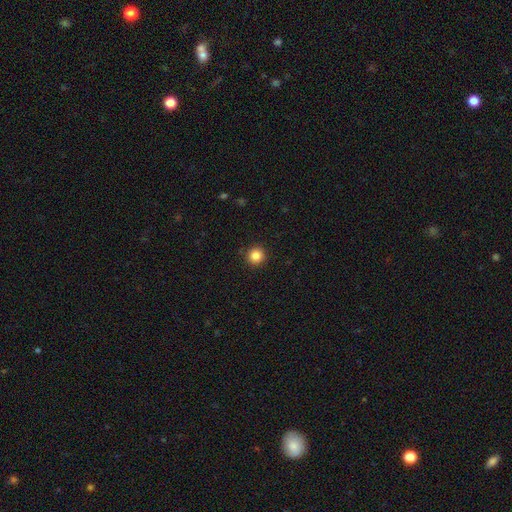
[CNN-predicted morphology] The model was most divided on "smooth or featured": smooth: 85%, star or artifact: 11%, featured or disk: 4%. More confident: how rounded — round (95%); merging — none (91%).